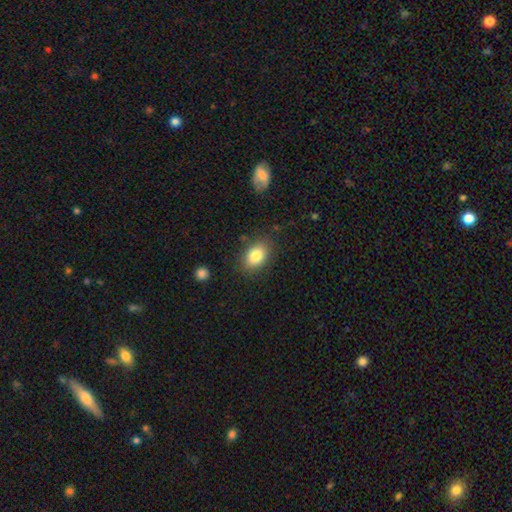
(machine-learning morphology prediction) smooth_or_featured: smooth (p=0.82) [alt: featured or disk p=0.09]
how_rounded: in between (p=0.83) [alt: round p=0.16]
merging: none (p=0.83) [alt: minor disturbance p=0.12]